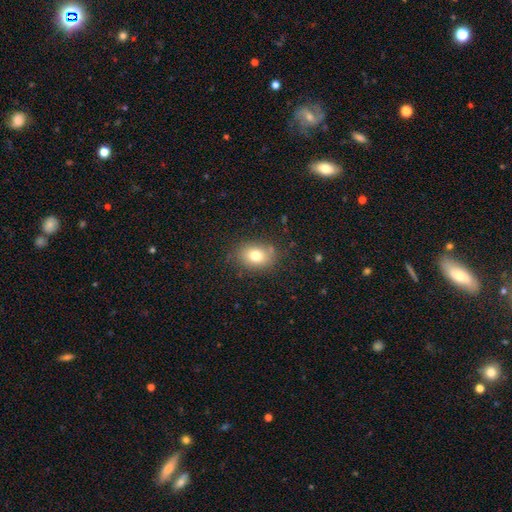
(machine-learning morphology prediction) smooth_or_featured: smooth (p=0.78) [alt: featured or disk p=0.11]
how_rounded: in between (p=0.67) [alt: round p=0.32]
merging: none (p=0.81) [alt: minor disturbance p=0.13]